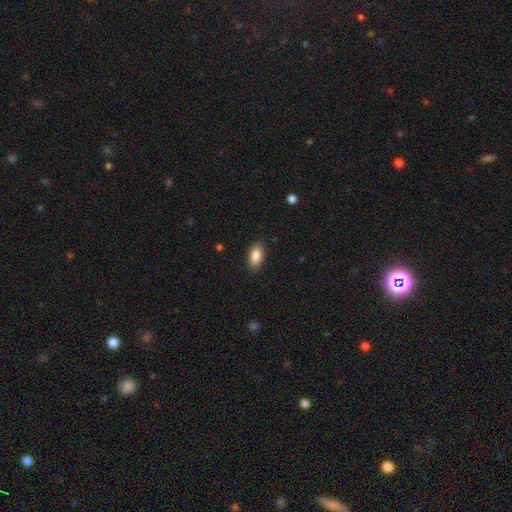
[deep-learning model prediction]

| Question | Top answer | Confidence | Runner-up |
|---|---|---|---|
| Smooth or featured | smooth | 88% | star or artifact (7%) |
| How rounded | in between | 91% | cigar-shaped (5%) |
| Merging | none | 87% | minor disturbance (9%) |